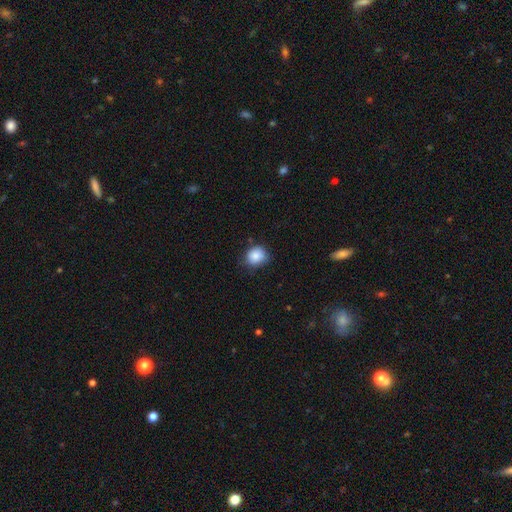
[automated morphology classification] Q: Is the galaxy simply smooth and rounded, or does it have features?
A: smooth — 86%.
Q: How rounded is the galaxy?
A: round — 76%.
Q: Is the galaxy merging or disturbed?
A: none — 70%.